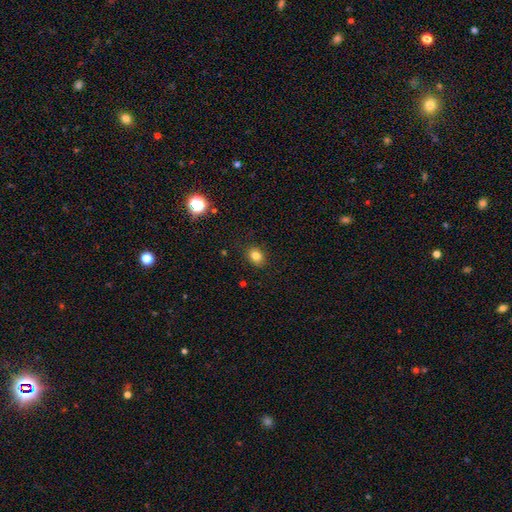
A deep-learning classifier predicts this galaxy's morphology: type=smooth (82%); roundness=in between (53%); merging=none (86%).